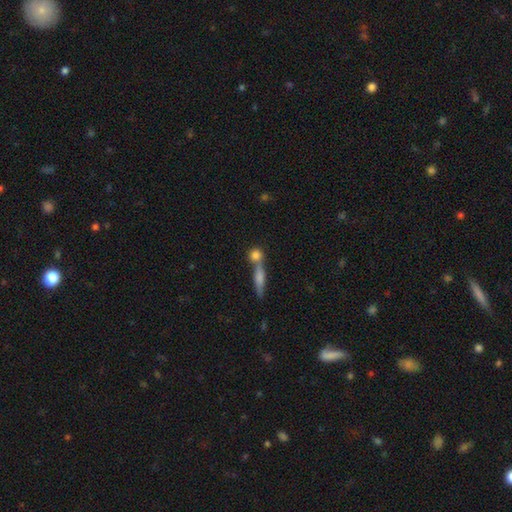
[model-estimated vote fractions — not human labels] Smooth or featured: smooth — 76% (featured or disk — 14%)
How rounded: round — 75% (in between — 14%)
Merging: none — 50% (merger — 38%)